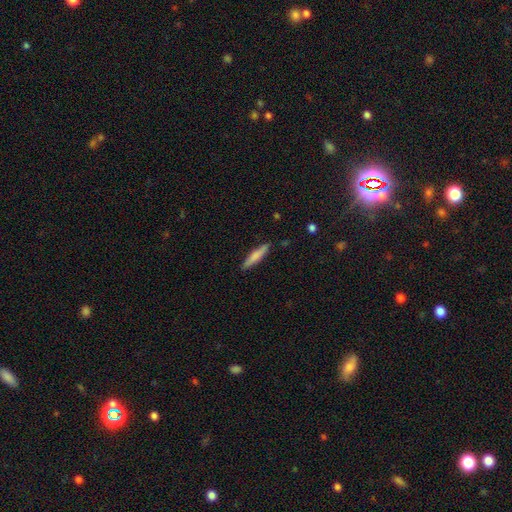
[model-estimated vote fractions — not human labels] Smooth or featured: smooth — 71% (featured or disk — 23%)
How rounded: cigar-shaped — 87% (in between — 11%)
Merging: none — 88% (minor disturbance — 9%)